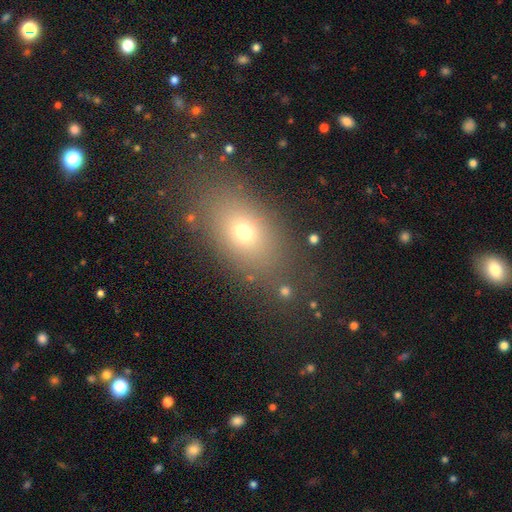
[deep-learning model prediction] Smooth or featured: smooth — 66% (star or artifact — 20%)
How rounded: in between — 74% (round — 22%)
Merging: none — 83% (minor disturbance — 10%)